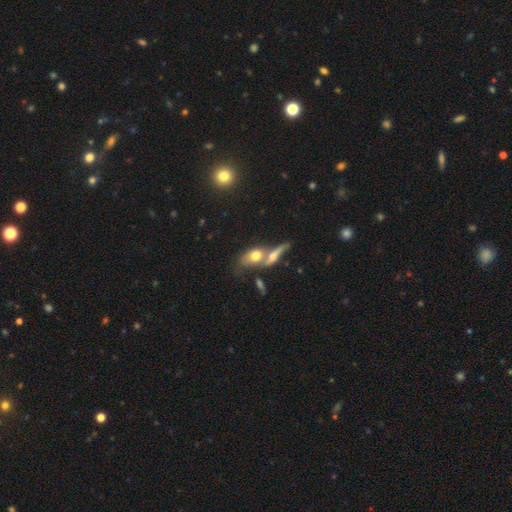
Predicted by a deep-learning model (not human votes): Q: Smooth or featured?
A: smooth (58%); runner-up: featured or disk (33%)
Q: How rounded?
A: in between (73%); runner-up: round (14%)
Q: Merging?
A: merger (64%); runner-up: none (22%)